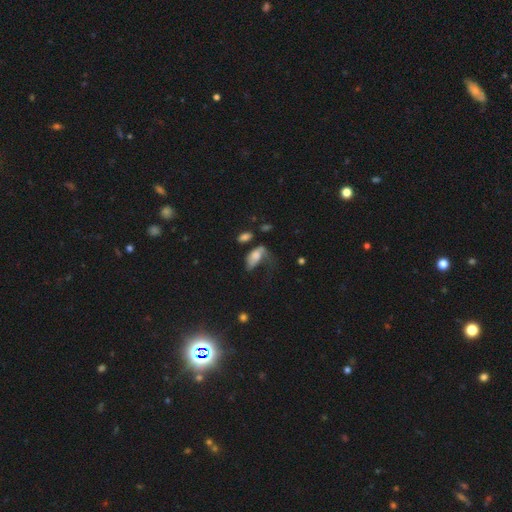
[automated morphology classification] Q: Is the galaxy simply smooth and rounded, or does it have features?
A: smooth — 62%.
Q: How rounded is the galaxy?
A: in between — 89%.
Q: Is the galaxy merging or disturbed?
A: major disturbance — 53%.